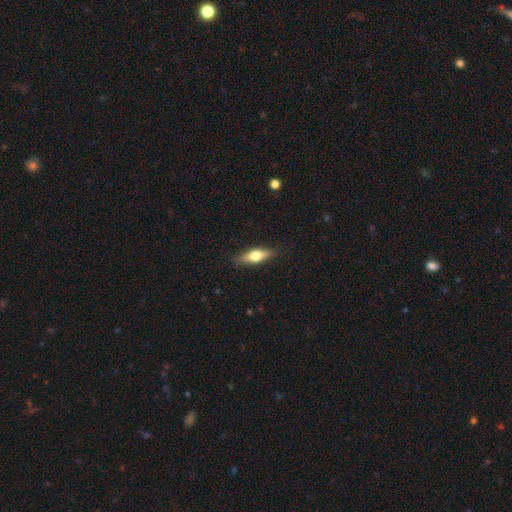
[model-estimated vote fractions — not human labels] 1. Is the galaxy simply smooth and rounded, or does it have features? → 63% smooth, 31% featured or disk, 6% star or artifact.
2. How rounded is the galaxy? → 55% in between, 42% cigar-shaped, 3% round.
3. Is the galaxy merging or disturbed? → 85% none, 11% minor disturbance, 2% major disturbance, 1% merger.